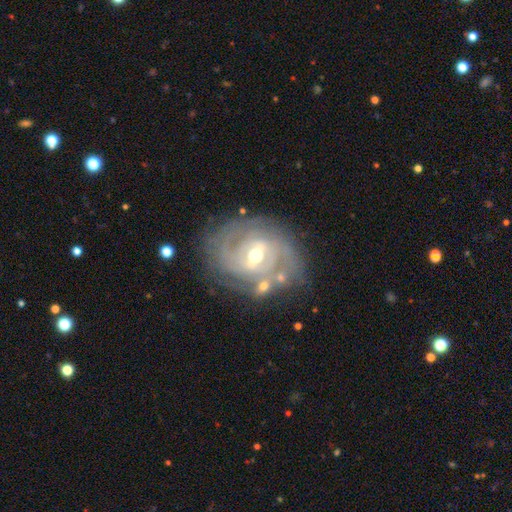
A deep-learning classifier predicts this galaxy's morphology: smooth-or-featured: featured or disk: 86% | smooth: 9% | star or artifact: 6%
  disk-edge-on: no: 96% | yes: 4%
    bar: weak: 48% | strong: 35% | no: 17%
    has-spiral-arms: yes: 88% | no: 12%
      spiral-winding: tight: 64% | medium: 28% | loose: 8%
      spiral-arm-count: 2: 35% | can't tell: 32% | 3: 17% | 4: 7% | 1: 5% | more than 4: 4%
    bulge-size: moderate: 68% | small: 26% | large: 4% | none: 1% | dominant: 1%
  merging: none: 70% | minor disturbance: 16% | major disturbance: 8% | merger: 7%